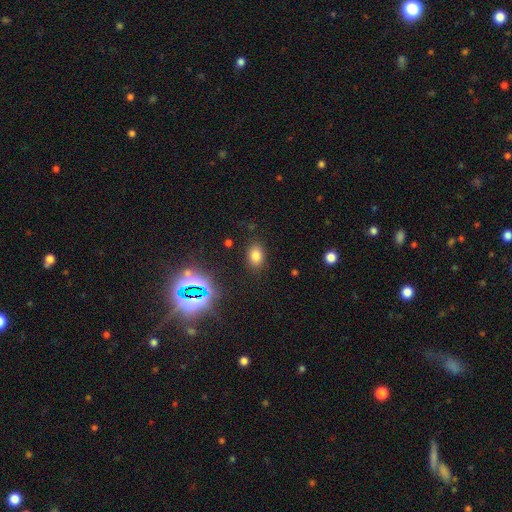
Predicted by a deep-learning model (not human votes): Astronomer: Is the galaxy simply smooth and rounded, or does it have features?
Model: smooth — 75%.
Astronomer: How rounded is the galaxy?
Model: in between — 75%.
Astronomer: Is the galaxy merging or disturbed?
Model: none — 85%.